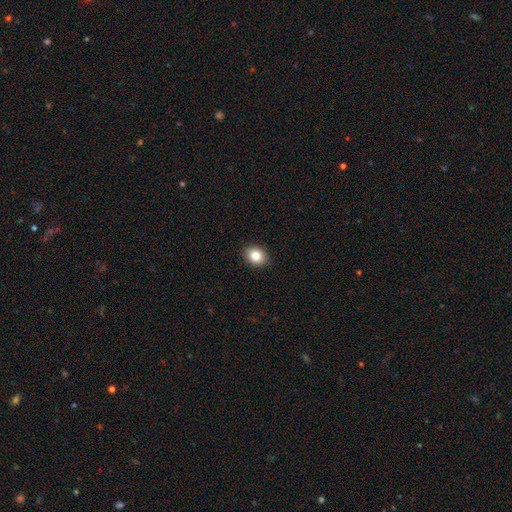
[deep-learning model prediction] Q: Smooth or featured?
A: smooth (83%); runner-up: star or artifact (10%)
Q: How rounded?
A: round (53%); runner-up: in between (46%)
Q: Merging?
A: none (90%); runner-up: minor disturbance (7%)